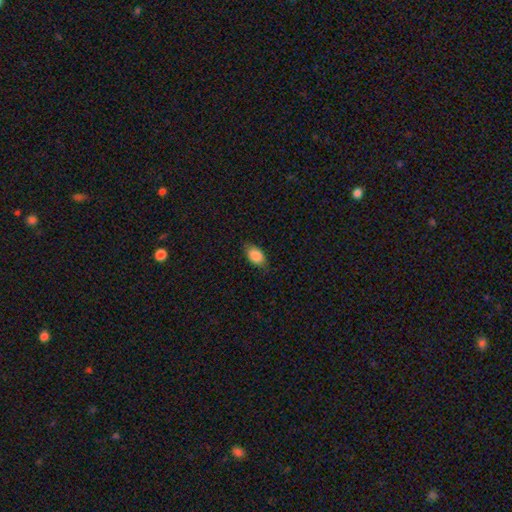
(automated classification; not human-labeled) A smooth galaxy with no disk features (87%) that is in between round and cigar-shaped (89%). Merging: none (78%).